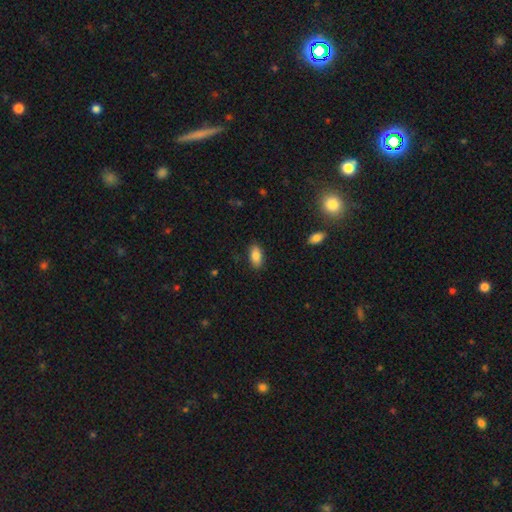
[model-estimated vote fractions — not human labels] A smooth galaxy with no disk features (85%) that is in between round and cigar-shaped (91%). Merging: none (87%).